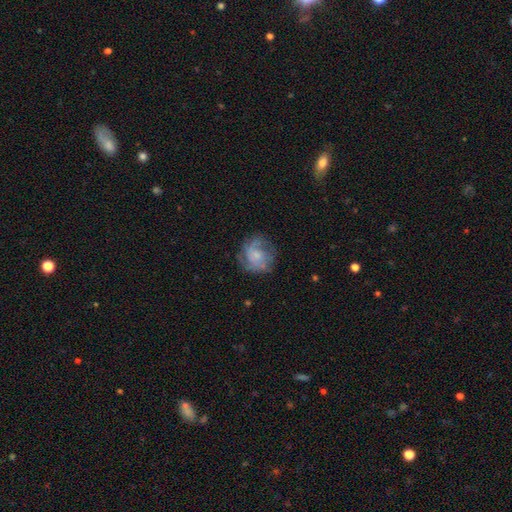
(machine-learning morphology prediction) This appears to be a featured or disk galaxy (60%) with no bar (72%), spiral arms (80%) and a small central bulge (44%). Merging: none (67%).